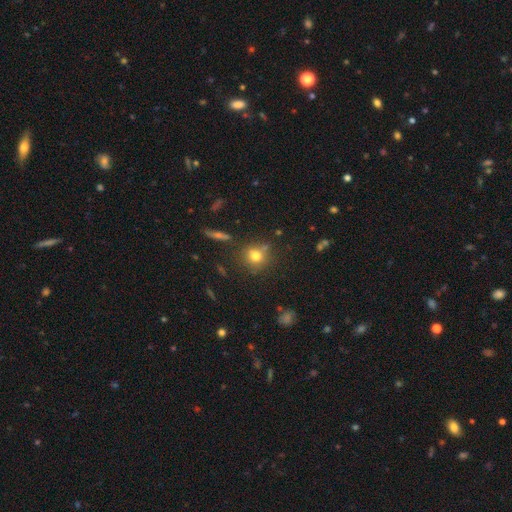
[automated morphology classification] Q: Smooth or featured?
A: smooth (75%); runner-up: star or artifact (15%)
Q: How rounded?
A: round (84%); runner-up: in between (15%)
Q: Merging?
A: none (74%); runner-up: minor disturbance (14%)